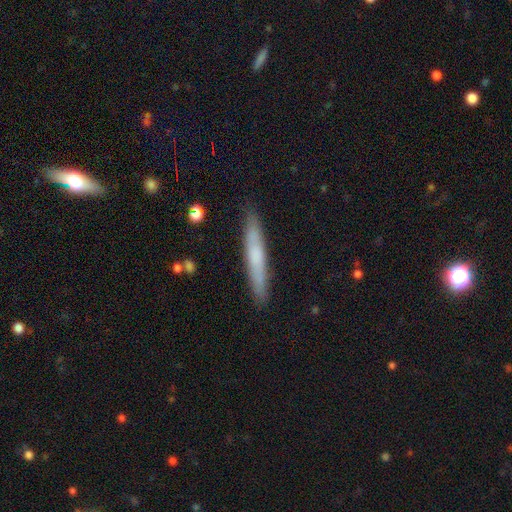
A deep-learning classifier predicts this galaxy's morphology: smooth 61%, featured or disk 33%, star or artifact 6%. Down the decision tree: how rounded — cigar-shaped (95%); merging — none (88%).